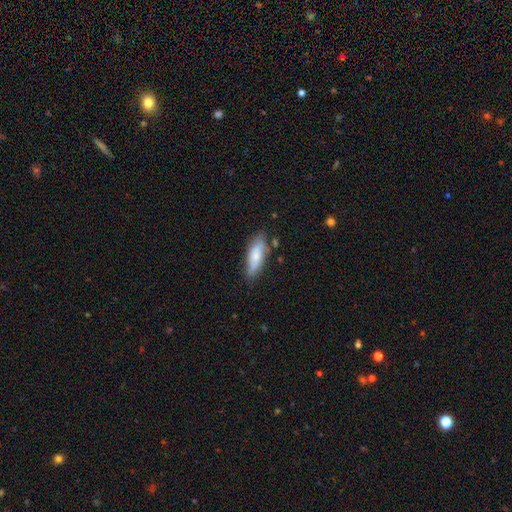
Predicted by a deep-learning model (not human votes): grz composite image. It shows a smooth galaxy with no disk features (71%) that is in between round and cigar-shaped (62%). Merging: none (69%).